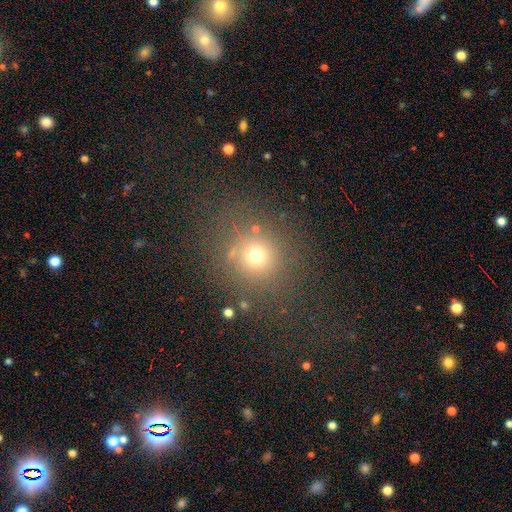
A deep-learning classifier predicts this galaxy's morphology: A smooth galaxy with no disk features (68%) that is round (88%). Merging: none (78%).